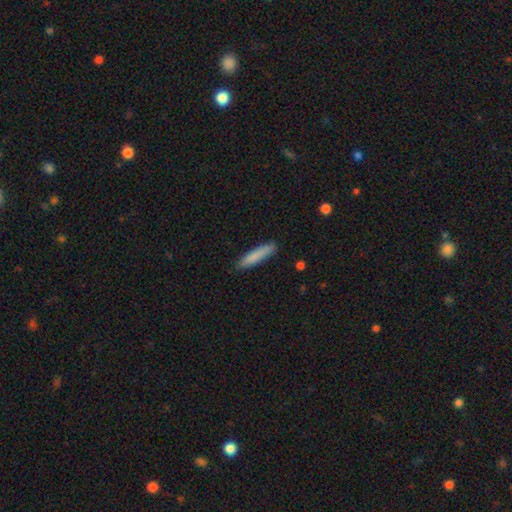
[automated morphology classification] type=smooth (83%); roundness=cigar-shaped (88%); merging=none (86%).